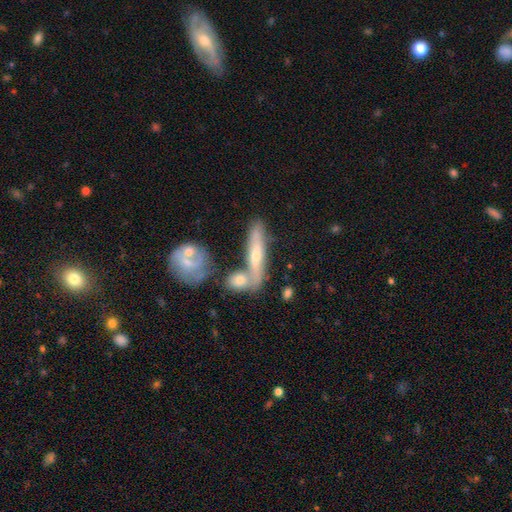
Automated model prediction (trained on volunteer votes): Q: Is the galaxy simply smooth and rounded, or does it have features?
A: featured or disk — 51%.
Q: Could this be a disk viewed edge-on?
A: yes — 73%.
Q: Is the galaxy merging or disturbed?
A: none — 55%.